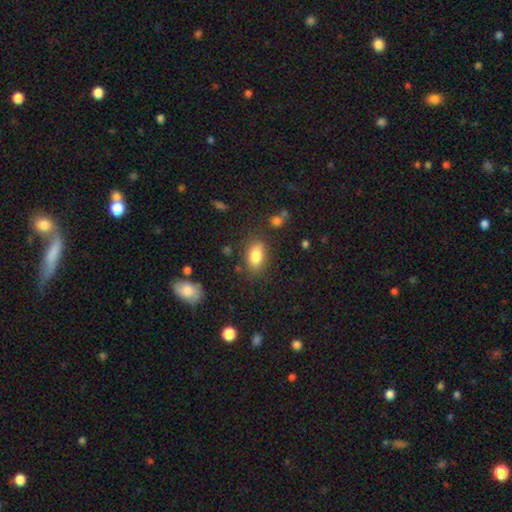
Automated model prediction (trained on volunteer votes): A smooth galaxy with no disk features (83%) that is in between round and cigar-shaped (88%).

Vote fractions:
- Smooth or featured? smooth: 83% / star or artifact: 8% / featured or disk: 8%
- How rounded? in between: 88% / round: 9% / cigar-shaped: 3%
- Merging? none: 80% / minor disturbance: 13% / major disturbance: 4% / merger: 3%